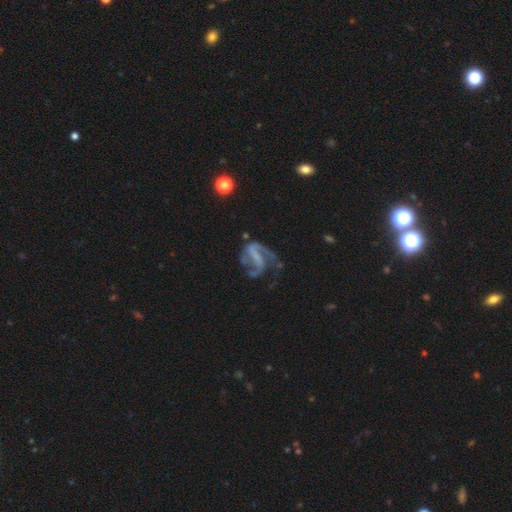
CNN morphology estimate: featured or disk 83%, smooth 10%, star or artifact 8%. Down the decision tree: edge-on disk — no (97%); bar — strong (46%); spiral arms — yes (91%); spiral arm count — 2 (68%); spiral winding — medium (45%); bulge size — none (56%); merging — none (42%).